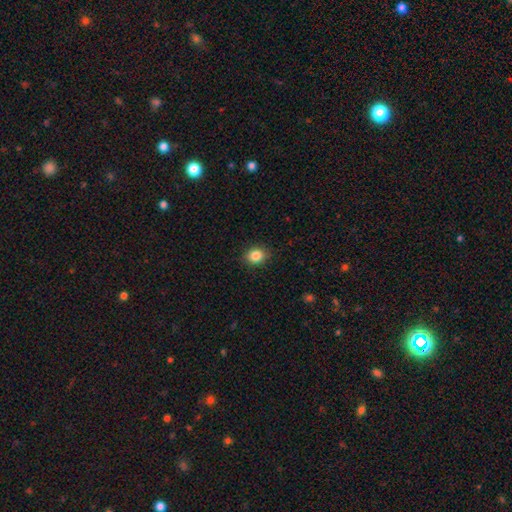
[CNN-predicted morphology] Overall: smooth (85%). How rounded: round (61%; in between 38%). Merging: none (89%).